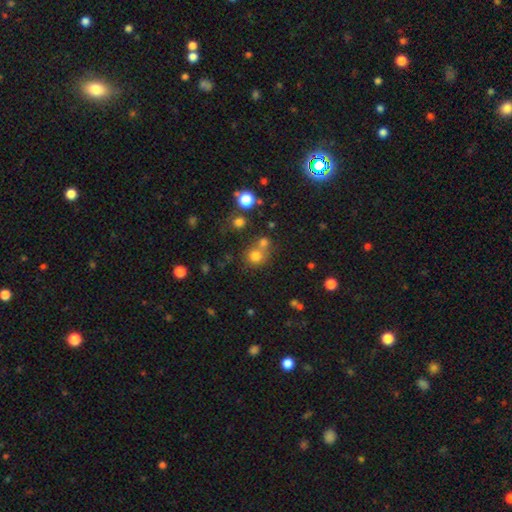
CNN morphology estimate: The model was most divided on "merging": none: 56%, merger: 32%, minor disturbance: 8%, major disturbance: 4%. More confident: how rounded — round (87%); smooth or featured — smooth (75%).